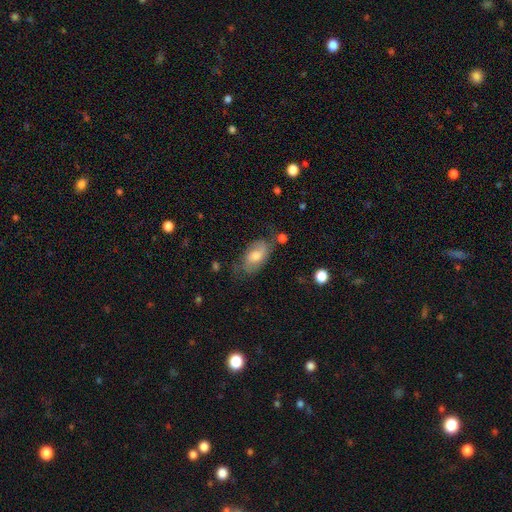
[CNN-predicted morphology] Smooth or featured: smooth — 53% (featured or disk — 39%)
How rounded: in between — 90% (round — 6%)
Merging: none — 63% (minor disturbance — 25%)